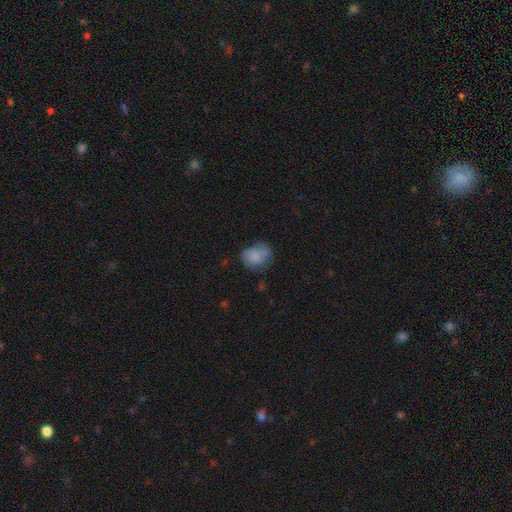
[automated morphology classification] This appears to be a smooth galaxy with no disk features (76%) that is round (55%). Merging: none (54%).